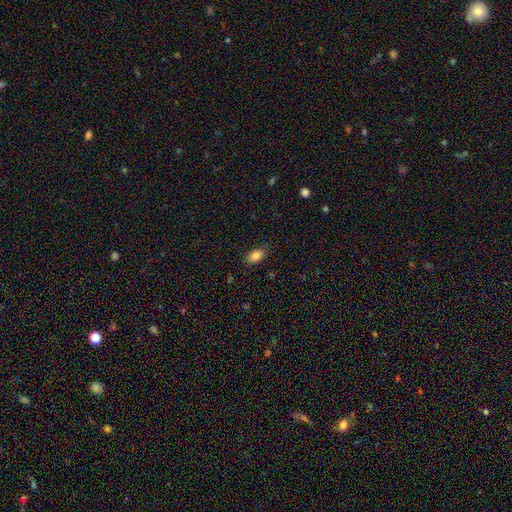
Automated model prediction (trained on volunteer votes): Smooth or featured? smooth (85%)
How rounded? in between (89%)
Merging? none (82%)